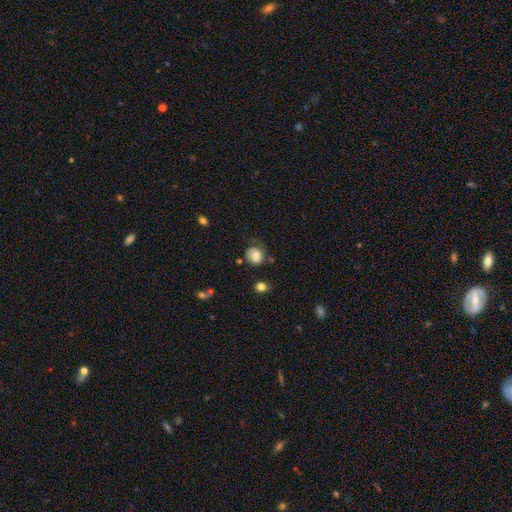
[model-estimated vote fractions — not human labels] Smooth or featured? Predicted: smooth (p=0.76). How rounded? Predicted: round (p=0.73). Merging? Predicted: none (p=0.51).